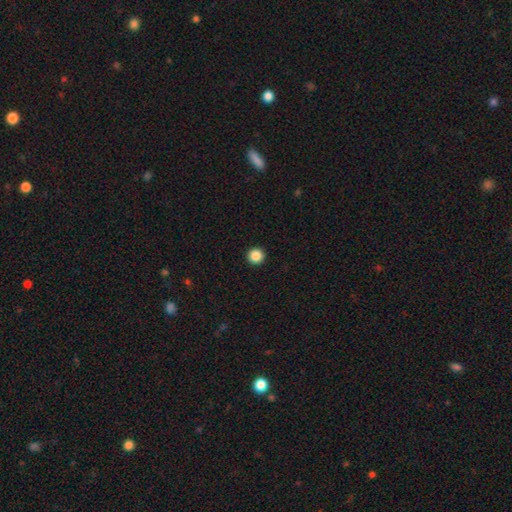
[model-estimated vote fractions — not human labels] Smooth or featured?
  - smooth: 87% *
  - star or artifact: 10%
  - featured or disk: 3%
How rounded?
  - round: 96% *
  - in between: 3%
  - cigar-shaped: 1%
Merging?
  - none: 94% *
  - minor disturbance: 4%
  - major disturbance: 1%
  - merger: 1%